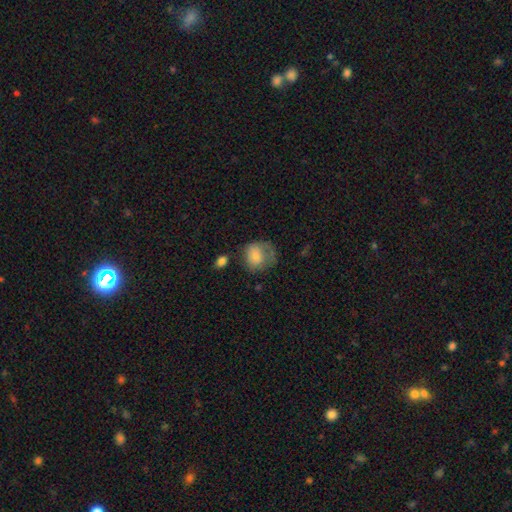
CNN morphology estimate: A smooth galaxy with no disk features (72%) that is round (65%). Merging: none (36%).